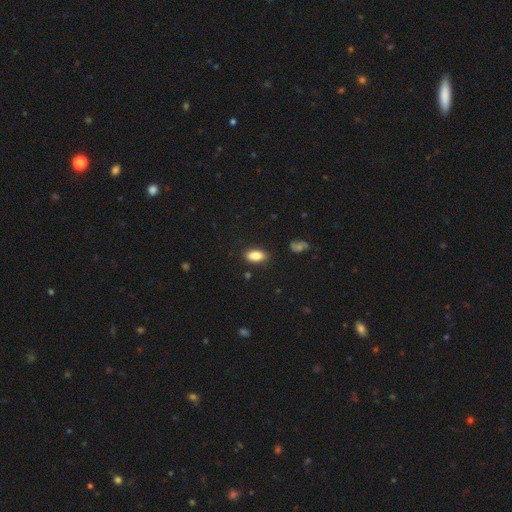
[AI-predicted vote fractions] smooth 86%, star or artifact 8%, featured or disk 6%. Down the decision tree: how rounded — in between (91%); merging — none (84%).